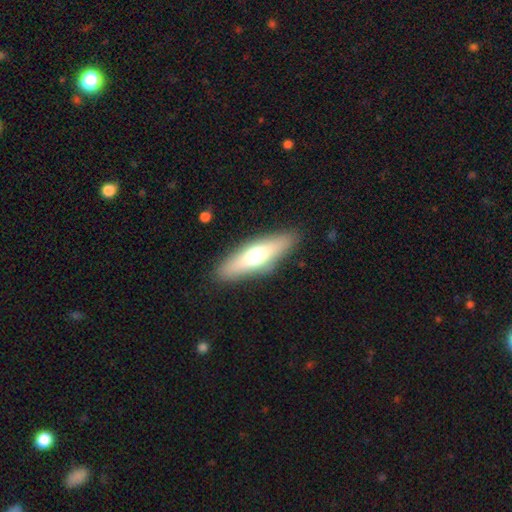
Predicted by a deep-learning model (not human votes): Morphology: type=smooth (57%); roundness=cigar-shaped (54%); merging=none (88%).